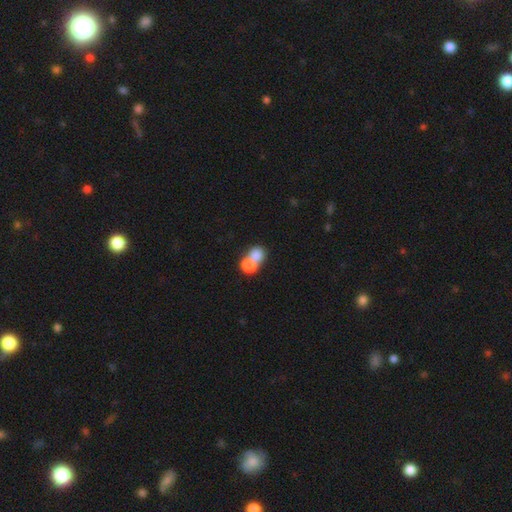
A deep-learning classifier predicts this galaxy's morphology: Q: Smooth or featured?
A: smooth (77%); runner-up: featured or disk (14%)
Q: How rounded?
A: round (72%); runner-up: in between (27%)
Q: Merging?
A: merger (67%); runner-up: none (25%)